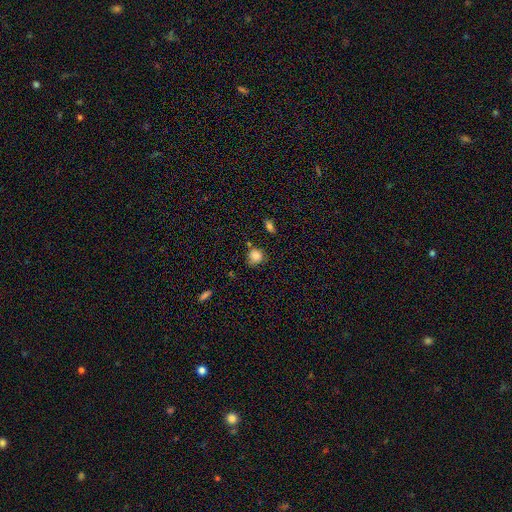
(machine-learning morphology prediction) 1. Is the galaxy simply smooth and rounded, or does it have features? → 81% smooth, 11% star or artifact, 9% featured or disk.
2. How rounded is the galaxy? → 83% round, 16% in between, 1% cigar-shaped.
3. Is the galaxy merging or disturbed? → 66% none, 23% minor disturbance, 6% major disturbance, 6% merger.